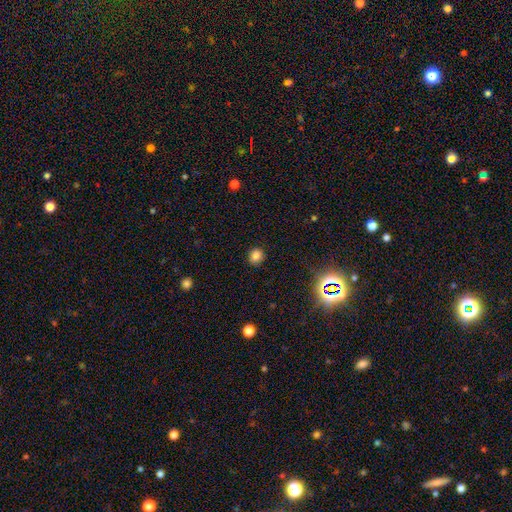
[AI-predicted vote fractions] This is clearly a smooth galaxy (80%). How rounded: likely round (75%). Merging: clearly none (88%).